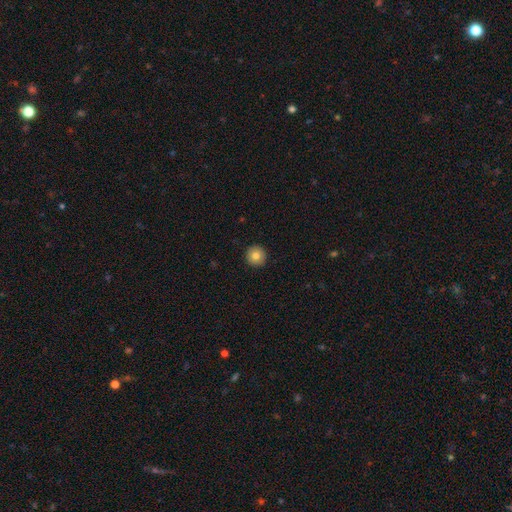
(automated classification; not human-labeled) The model was most divided on "smooth or featured": smooth: 81%, featured or disk: 10%, star or artifact: 9%. More confident: how rounded — round (96%); merging — none (93%).